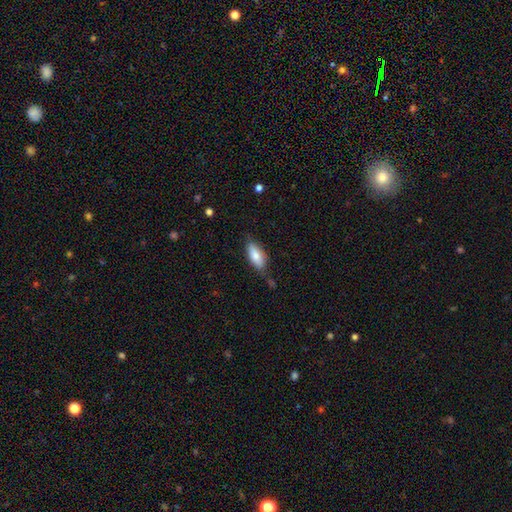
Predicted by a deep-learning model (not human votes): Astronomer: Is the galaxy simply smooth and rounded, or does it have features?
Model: smooth — 80%.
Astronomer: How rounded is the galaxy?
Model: in between — 83%.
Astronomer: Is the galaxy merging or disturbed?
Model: none — 70%.